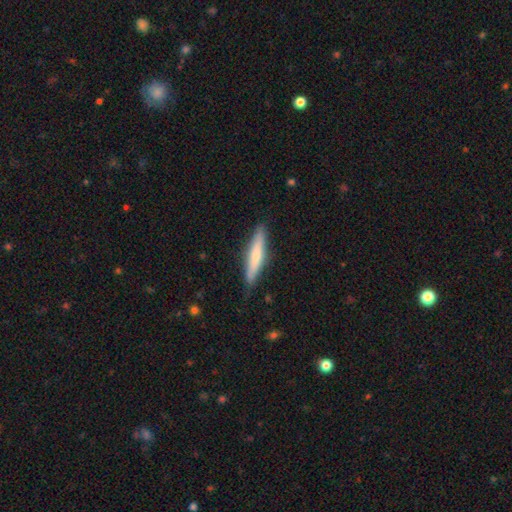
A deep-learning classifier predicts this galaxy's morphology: smooth-or-featured: smooth: 60% | featured or disk: 34% | star or artifact: 6%
  how-rounded: cigar-shaped: 90% | in between: 9% | round: 1%
  merging: none: 86% | minor disturbance: 11% | major disturbance: 2% | merger: 1%